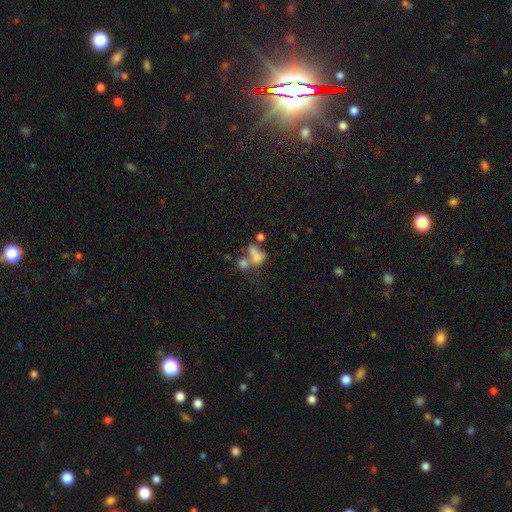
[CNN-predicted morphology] smooth-or-featured: smooth: 66% | featured or disk: 21% | star or artifact: 13%
  how-rounded: in between: 71% | round: 24% | cigar-shaped: 4%
  merging: merger: 52% | none: 19% | major disturbance: 18% | minor disturbance: 11%